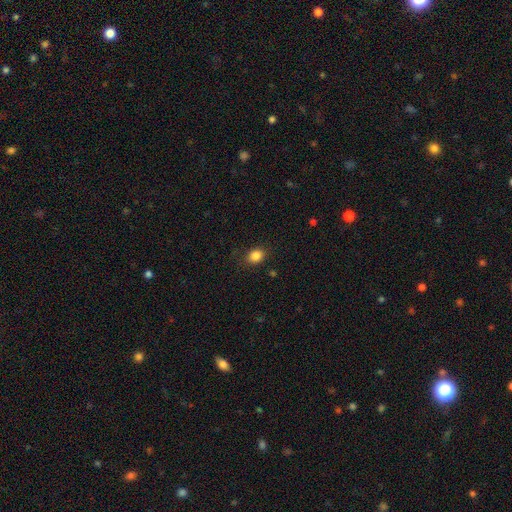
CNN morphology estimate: A smooth galaxy with no disk features (85%) that is in between round and cigar-shaped (51%). Merging: none (85%).